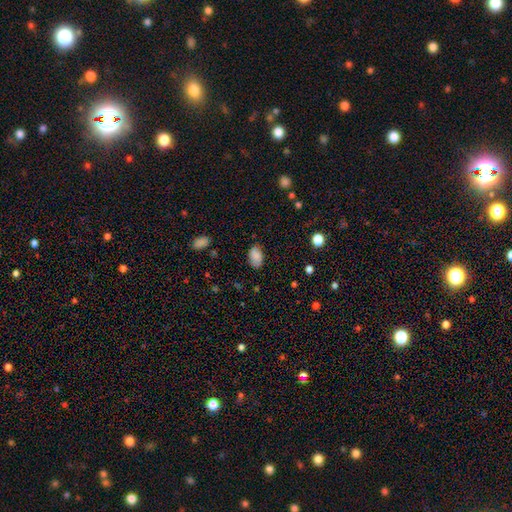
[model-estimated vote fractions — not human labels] Morphology: type=smooth (84%); roundness=in between (90%); merging=none (76%).